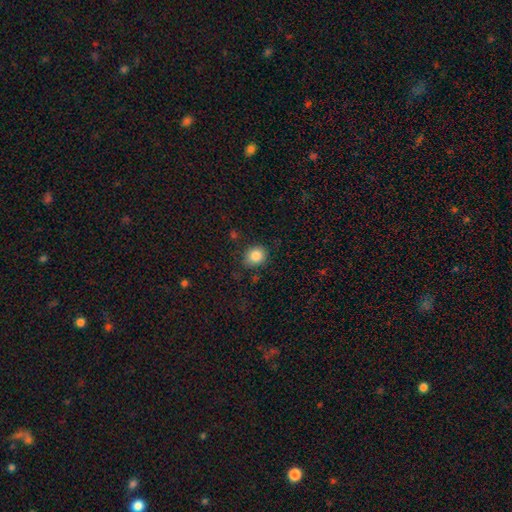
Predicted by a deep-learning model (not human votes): smooth 86%, star or artifact 10%, featured or disk 5%. Down the decision tree: how rounded — round (66%); merging — none (81%).